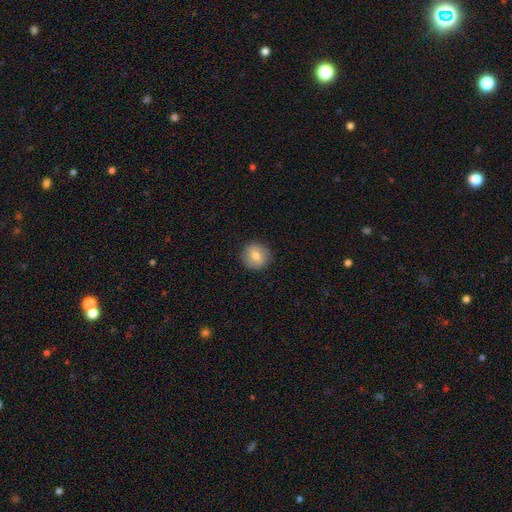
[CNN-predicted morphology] Smooth or featured: smooth — 73% (featured or disk — 19%)
How rounded: round — 92% (in between — 7%)
Merging: none — 90% (minor disturbance — 7%)